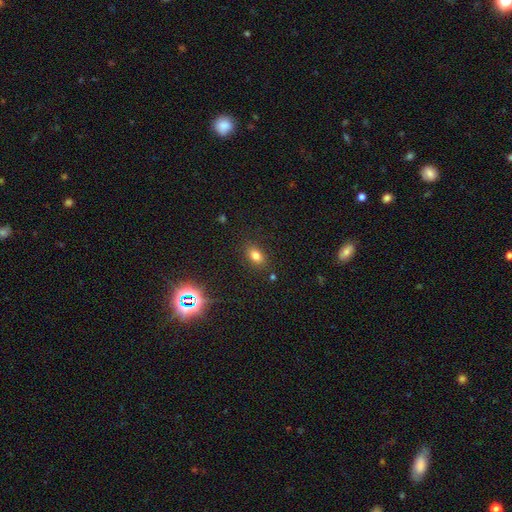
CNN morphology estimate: A smooth galaxy with no disk features (76%) that is in between round and cigar-shaped (79%).

Vote fractions:
- Smooth or featured? smooth: 76% / star or artifact: 16% / featured or disk: 8%
- How rounded? in between: 79% / round: 19% / cigar-shaped: 2%
- Merging? none: 85% / minor disturbance: 10% / major disturbance: 3% / merger: 2%